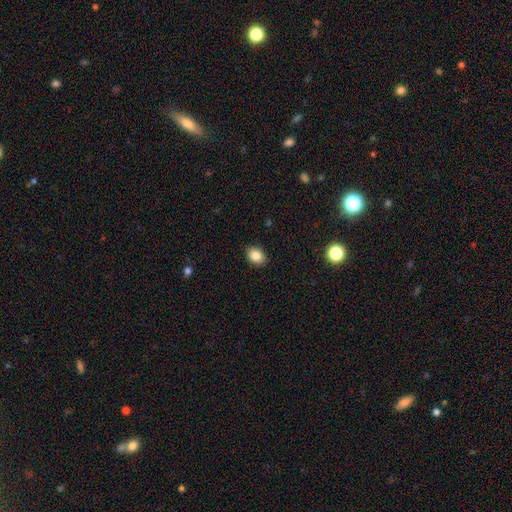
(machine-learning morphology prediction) Q: Smooth or featured?
A: smooth (85%); runner-up: star or artifact (9%)
Q: How rounded?
A: in between (68%); runner-up: round (31%)
Q: Merging?
A: none (89%); runner-up: minor disturbance (8%)